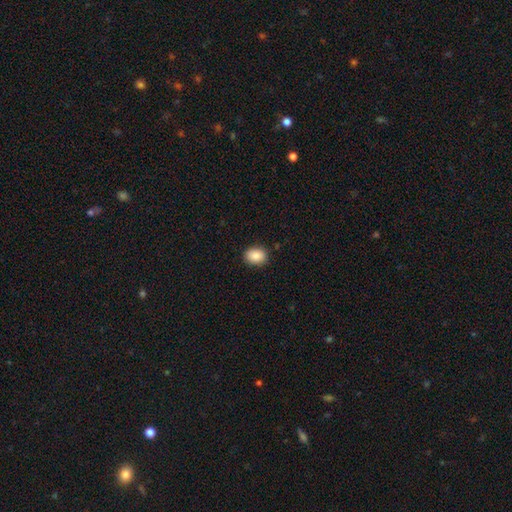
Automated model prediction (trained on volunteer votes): smooth-or-featured: smooth: 88% | star or artifact: 8% | featured or disk: 4%
  how-rounded: in between: 66% | round: 33% | cigar-shaped: 1%
  merging: none: 89% | minor disturbance: 8% | major disturbance: 2% | merger: 1%